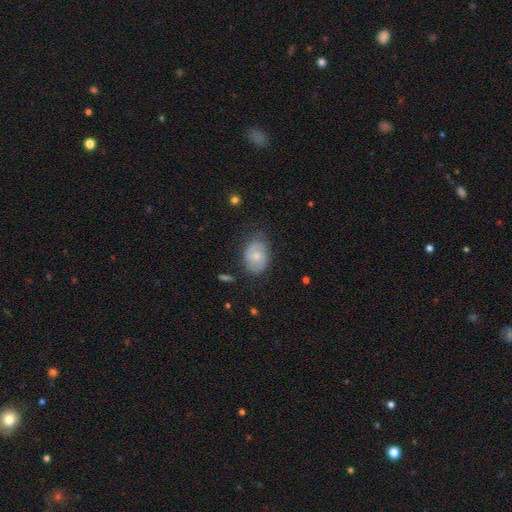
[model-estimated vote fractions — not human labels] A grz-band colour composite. It shows a smooth galaxy with no disk features (54%) that is in between round and cigar-shaped (75%). Merging: none (68%).